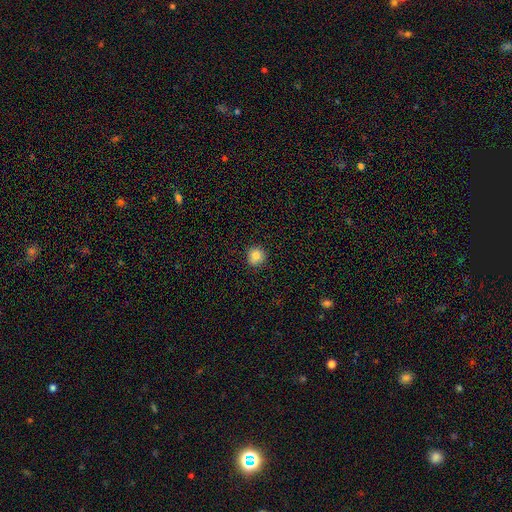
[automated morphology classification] Q: Smooth or featured?
A: smooth (84%); runner-up: star or artifact (10%)
Q: How rounded?
A: round (93%); runner-up: in between (6%)
Q: Merging?
A: none (91%); runner-up: minor disturbance (7%)